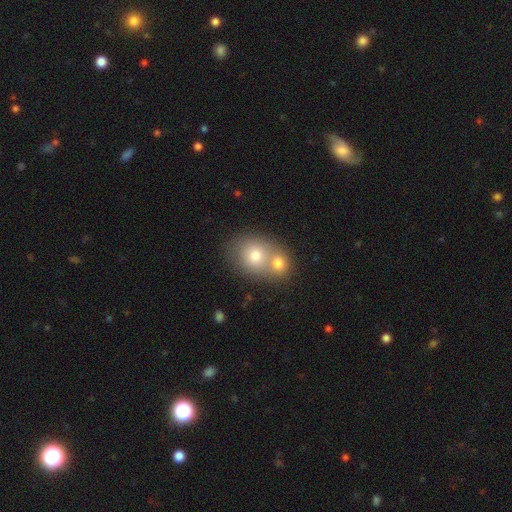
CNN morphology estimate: smooth-or-featured: smooth: 72% | featured or disk: 18% | star or artifact: 11%
  how-rounded: round: 59% | in between: 40% | cigar-shaped: 1%
  merging: merger: 59% | none: 32% | minor disturbance: 7% | major disturbance: 3%